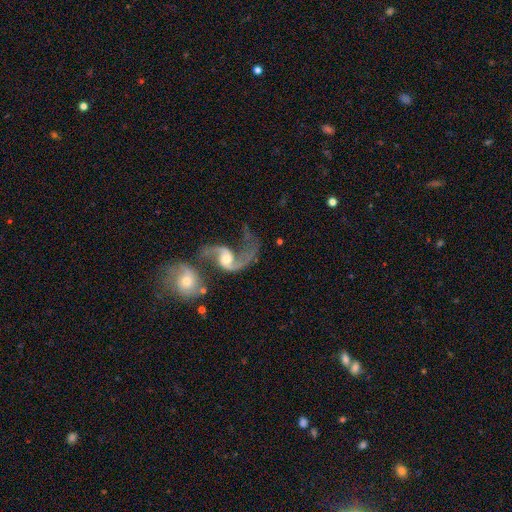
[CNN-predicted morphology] Smooth or featured? featured or disk (84%)
Edge-on disk? no (97%)
Bar? no (52%)
Spiral arms? yes (92%)
Spiral winding? loose (70%)
Spiral arm count? 2 (74%)
Bulge size? moderate (61%)
Merging? merger (52%)